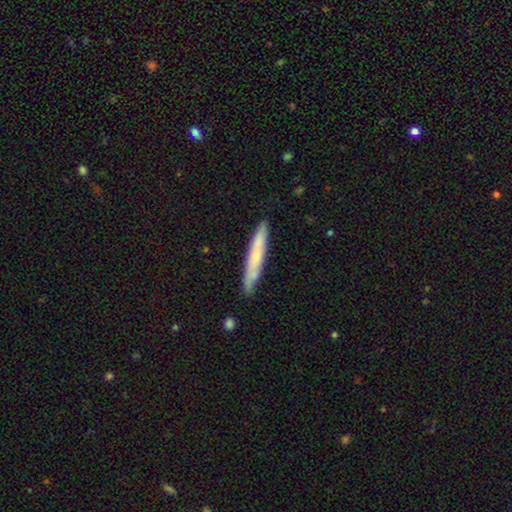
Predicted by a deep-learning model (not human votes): smooth-or-featured: smooth: 58% | featured or disk: 36% | star or artifact: 6%
  how-rounded: cigar-shaped: 94% | in between: 5% | round: 1%
  merging: none: 84% | minor disturbance: 12% | major disturbance: 2% | merger: 2%